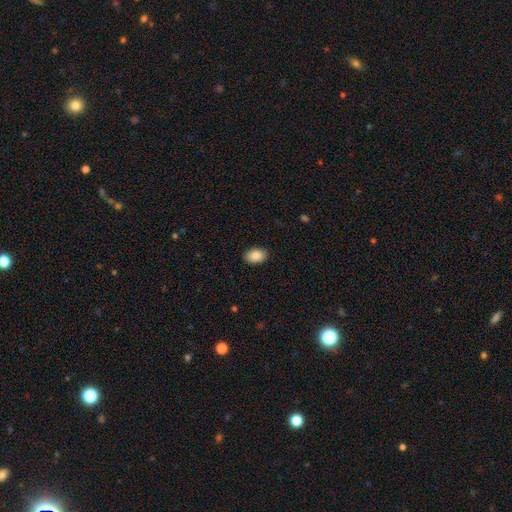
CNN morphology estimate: type=smooth (88%); roundness=in between (85%); merging=none (89%).